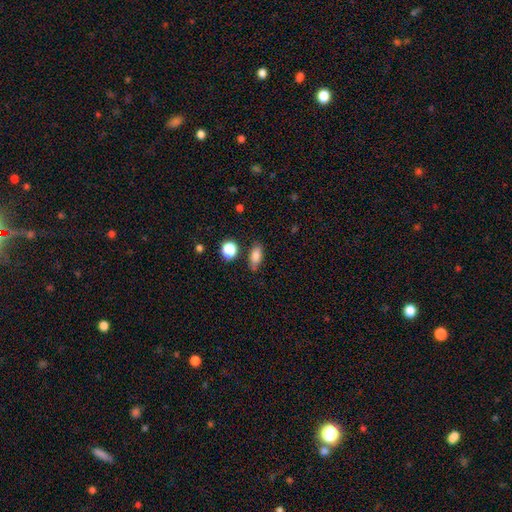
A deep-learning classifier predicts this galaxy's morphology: A smooth galaxy with no disk features (81%) that is in between round and cigar-shaped (77%). Merging: none (74%).